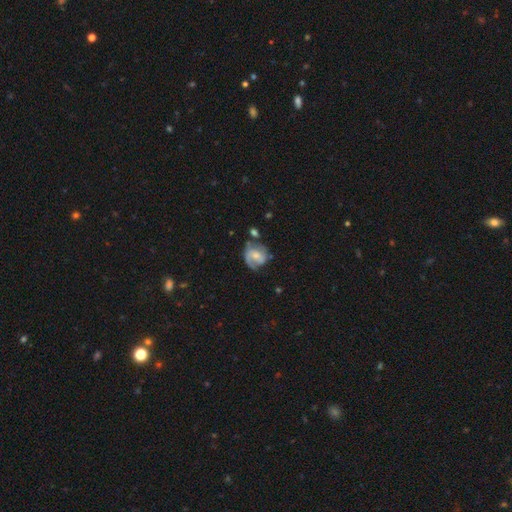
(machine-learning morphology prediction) type=featured or disk (65%); edge-on=no (97%); bar=no (50%); spiral arms=yes (83%); winding=medium (41%); arm count=2 (49%); bulge=small (45%); merging=none (49%).